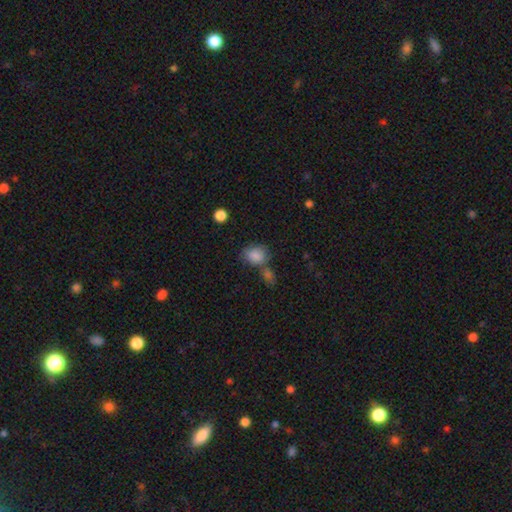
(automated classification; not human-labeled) This appears to be a smooth galaxy with no disk features (86%) that is in between round and cigar-shaped (61%). Merging: none (48%).